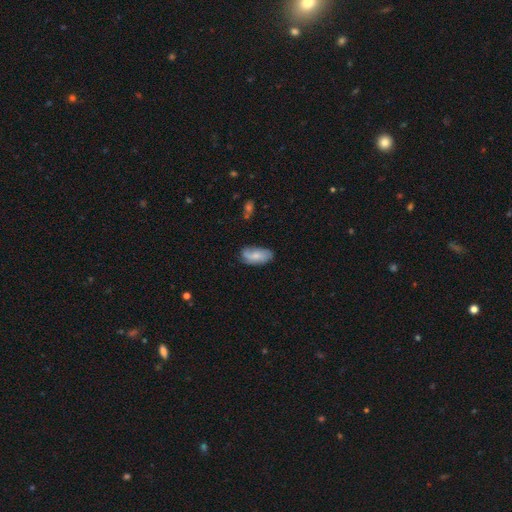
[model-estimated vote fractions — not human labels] A smooth galaxy with no disk features (68%) that is in between round and cigar-shaped (91%).

Vote fractions:
- Smooth or featured? smooth: 68% / featured or disk: 25% / star or artifact: 7%
- How rounded? in between: 91% / cigar-shaped: 6% / round: 3%
- Merging? none: 60% / minor disturbance: 29% / major disturbance: 8% / merger: 3%